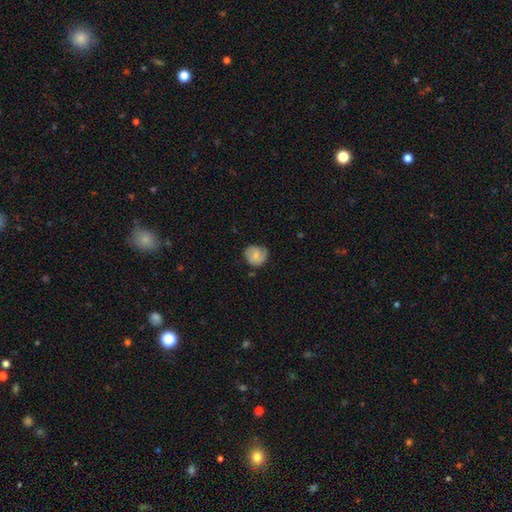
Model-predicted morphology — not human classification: smooth 54%, featured or disk 38%, star or artifact 7%. Down the decision tree: how rounded — round (75%); merging — none (61%).